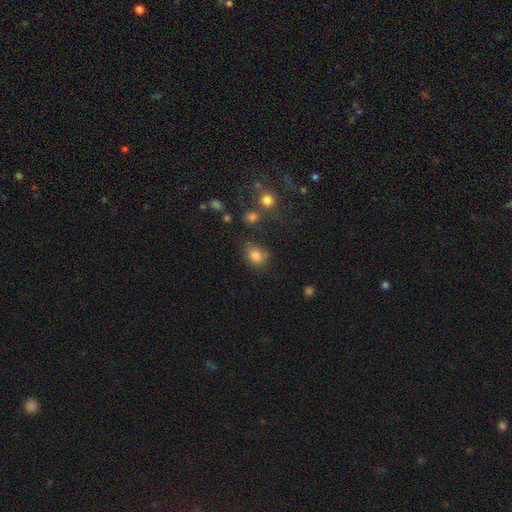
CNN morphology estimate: Smooth or featured: smooth — 81% (star or artifact — 12%)
How rounded: in between — 57% (round — 41%)
Merging: none — 64% (minor disturbance — 22%)